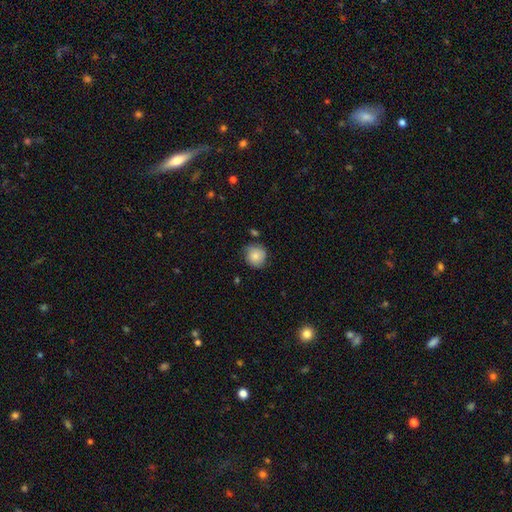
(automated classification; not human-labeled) This appears to be a smooth galaxy with no disk features (81%) that is round (90%). Merging: none (71%).